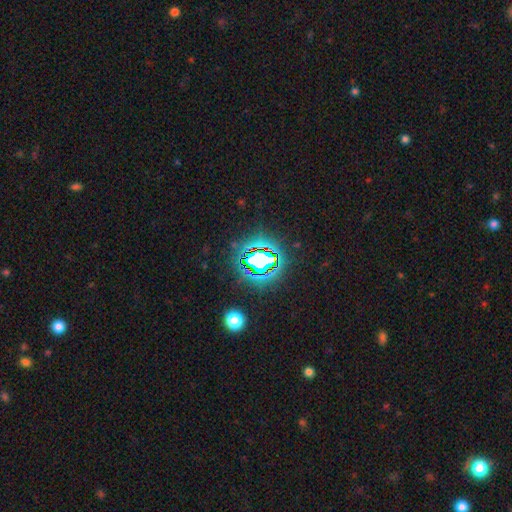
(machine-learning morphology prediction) smooth_or_featured: star or artifact (p=0.77) [alt: smooth p=0.14]